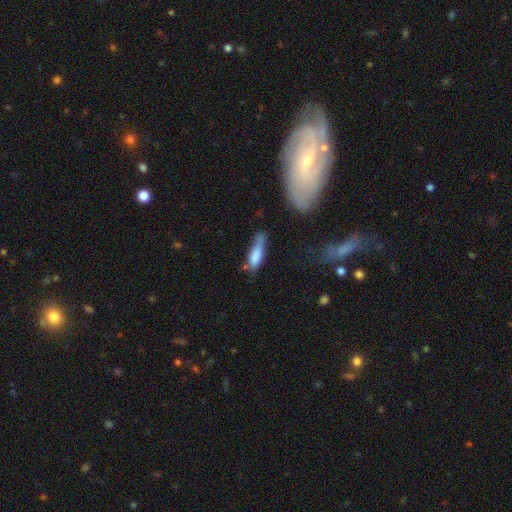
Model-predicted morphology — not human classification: Smooth or featured? smooth (77%)
How rounded? cigar-shaped (57%)
Merging? none (41%)